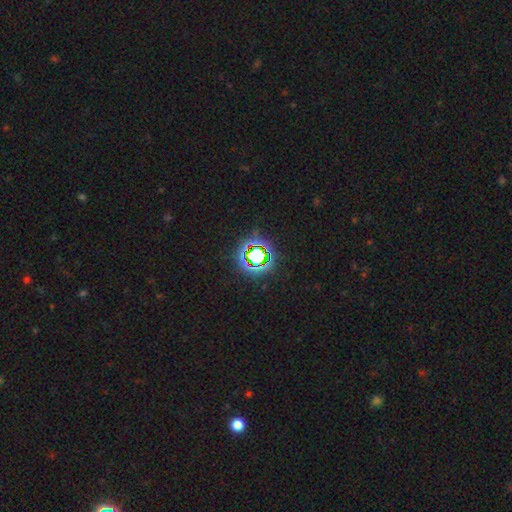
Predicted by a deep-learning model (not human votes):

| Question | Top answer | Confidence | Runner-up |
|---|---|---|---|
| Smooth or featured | star or artifact | 72% | smooth (18%) |